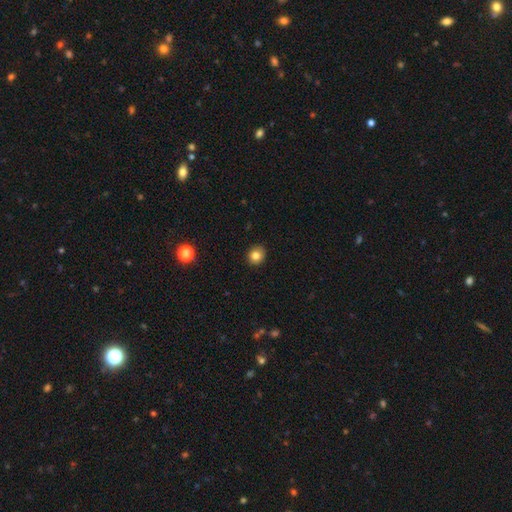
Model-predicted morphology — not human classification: smooth_or_featured: smooth (p=0.81) [alt: star or artifact p=0.11]
how_rounded: round (p=0.82) [alt: in between p=0.17]
merging: none (p=0.91) [alt: minor disturbance p=0.07]